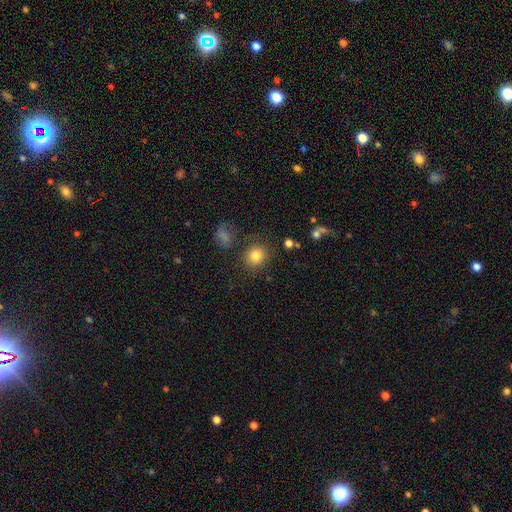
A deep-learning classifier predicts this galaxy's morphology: Q: Smooth or featured?
A: smooth (82%); runner-up: star or artifact (11%)
Q: How rounded?
A: round (79%); runner-up: in between (20%)
Q: Merging?
A: none (80%); runner-up: minor disturbance (11%)